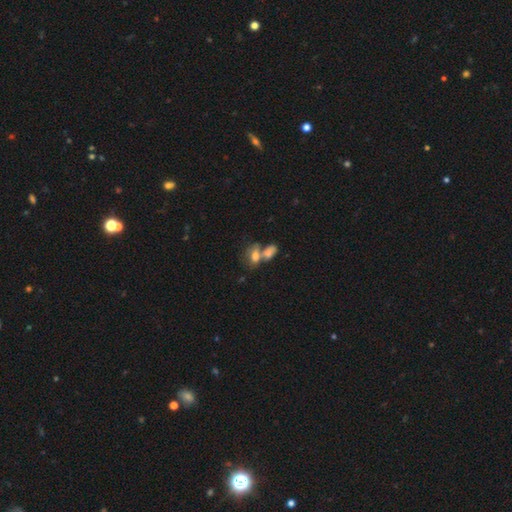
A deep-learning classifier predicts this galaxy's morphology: A smooth galaxy with no disk features (69%) that is in between round and cigar-shaped (81%).

Vote fractions:
- Smooth or featured? smooth: 69% / featured or disk: 20% / star or artifact: 10%
- How rounded? in between: 81% / round: 15% / cigar-shaped: 5%
- Merging? merger: 56% / none: 28% / minor disturbance: 10% / major disturbance: 6%